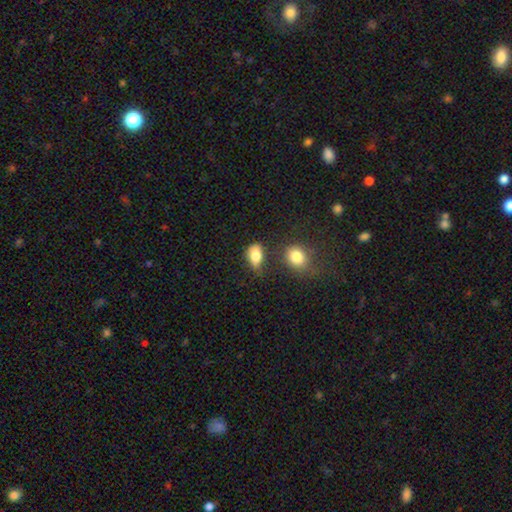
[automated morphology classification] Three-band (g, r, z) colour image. It shows a smooth galaxy with no disk features (81%) that is in between round and cigar-shaped (82%). Merging: none (47%).